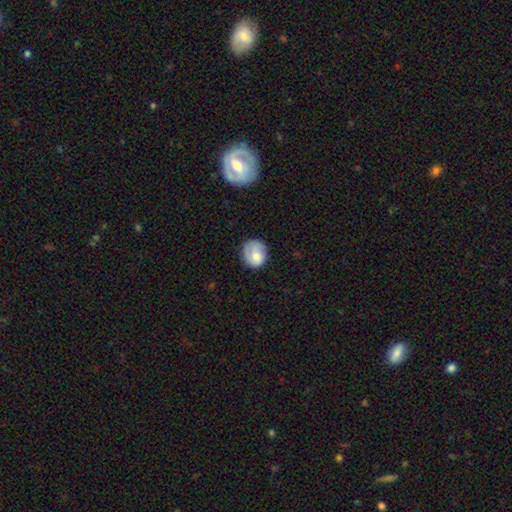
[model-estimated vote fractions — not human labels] Smooth or featured: smooth — 72% (featured or disk — 21%)
How rounded: round — 73% (in between — 26%)
Merging: none — 66% (minor disturbance — 24%)